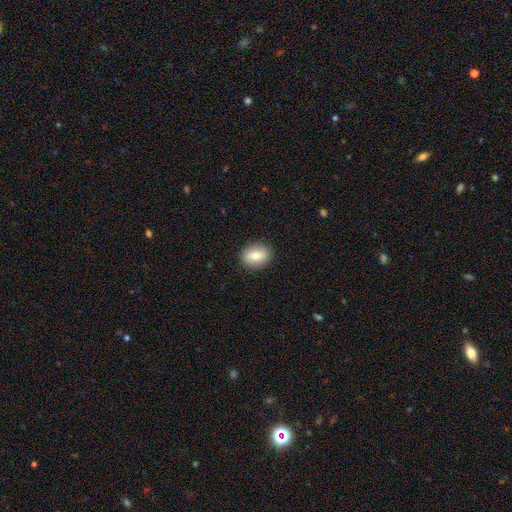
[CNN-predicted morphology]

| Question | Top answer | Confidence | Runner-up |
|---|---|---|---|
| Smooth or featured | smooth | 77% | featured or disk (16%) |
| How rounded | in between | 57% | round (42%) |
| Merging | none | 89% | minor disturbance (8%) |